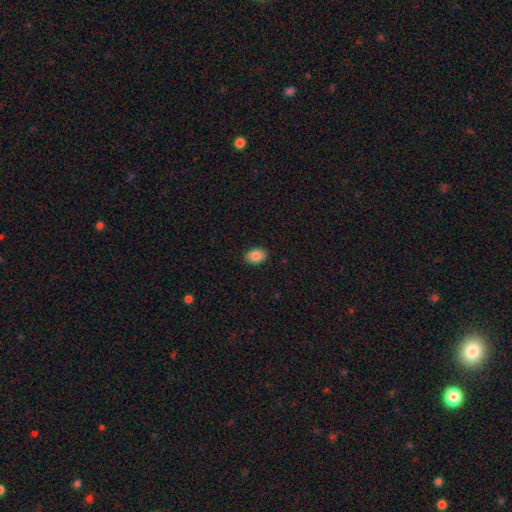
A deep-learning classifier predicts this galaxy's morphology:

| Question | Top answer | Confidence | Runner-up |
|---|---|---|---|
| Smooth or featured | smooth | 85% | star or artifact (8%) |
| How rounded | in between | 83% | round (16%) |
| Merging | none | 89% | minor disturbance (8%) |